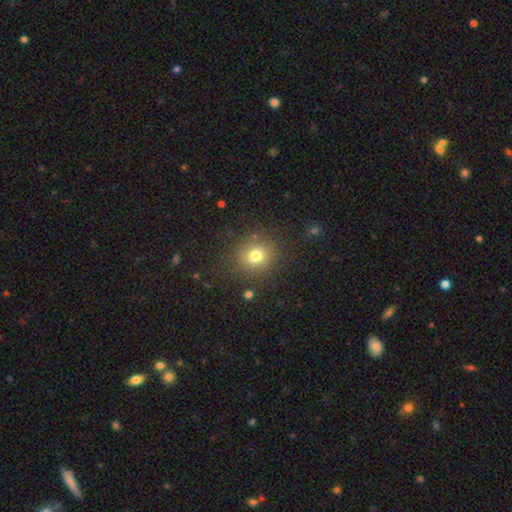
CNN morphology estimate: Overall: smooth (75%). How rounded: round (84%). Merging: none (86%).